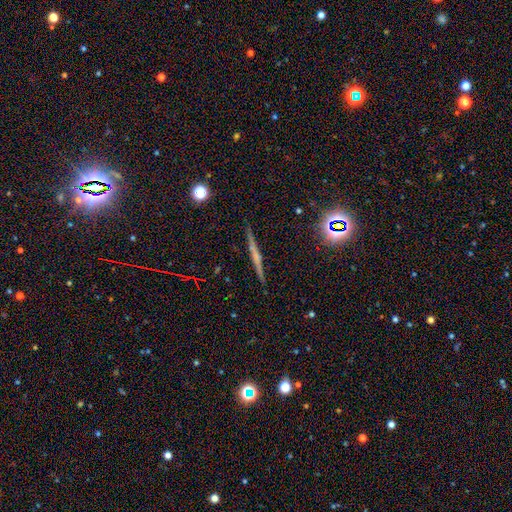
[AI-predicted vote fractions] Smooth or featured? Predicted: featured or disk (p=0.59). Edge-on disk? Predicted: yes (p=0.97). Edge-on bulge? Predicted: none (p=0.56). Merging? Predicted: none (p=0.92).